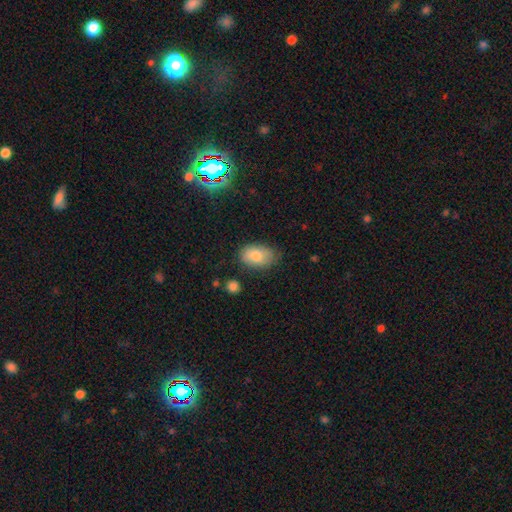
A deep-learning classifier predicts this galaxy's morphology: Smooth or featured? Predicted: smooth (p=0.77). How rounded? Predicted: in between (p=0.88). Merging? Predicted: none (p=0.72).